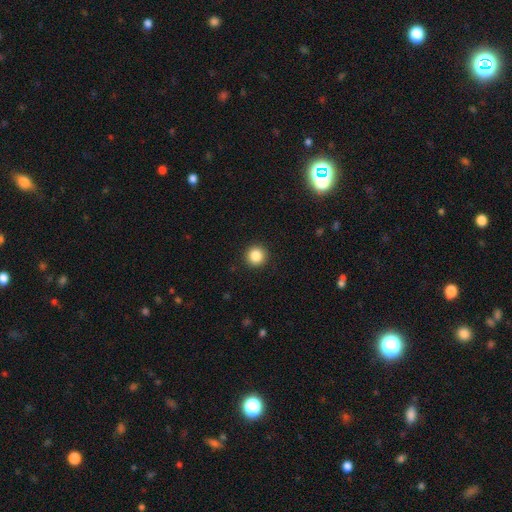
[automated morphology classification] Overall: smooth (86%). How rounded: round (95%). Merging: none (93%).